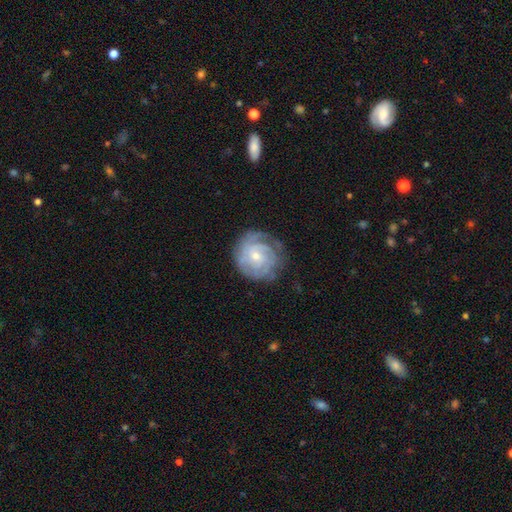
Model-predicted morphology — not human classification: Smooth or featured: featured or disk — 77% (smooth — 16%)
Edge-on disk: no — 98% (yes — 2%)
Bar: no — 67% (weak — 29%)
Spiral arms: yes — 92% (no — 8%)
Spiral winding: tight — 72% (medium — 22%)
Spiral arm count: can't tell — 45% (3 — 17%)
Bulge size: small — 59% (moderate — 37%)
Merging: none — 71% (minor disturbance — 19%)